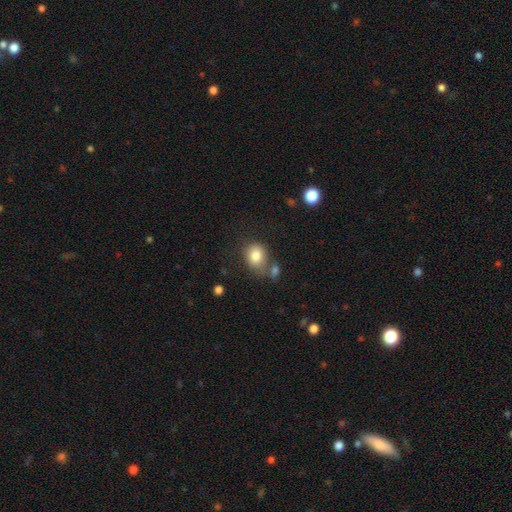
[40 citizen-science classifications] This appears to be a smooth galaxy with no disk features (85%) that is round (91%). Merging: none (63%).